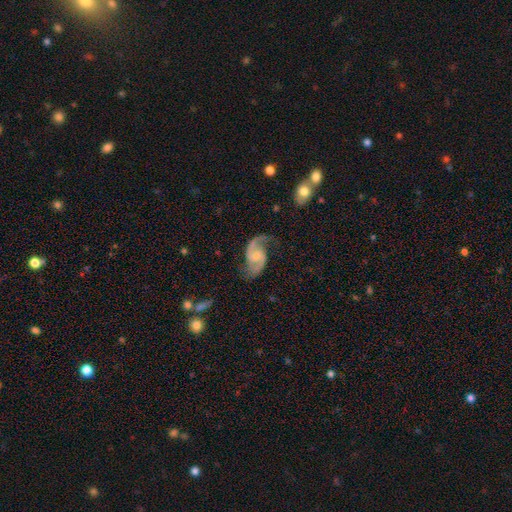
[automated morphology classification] type=featured or disk (90%); edge-on=no (98%); bar=no (49%); spiral arms=yes (97%); winding=medium (47%); arm count=2 (91%); bulge=small (54%); merging=none (68%).